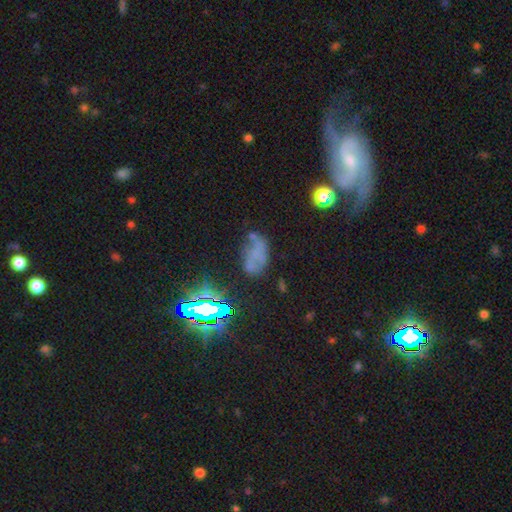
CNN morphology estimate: type=smooth (37%); merging=none (40%).